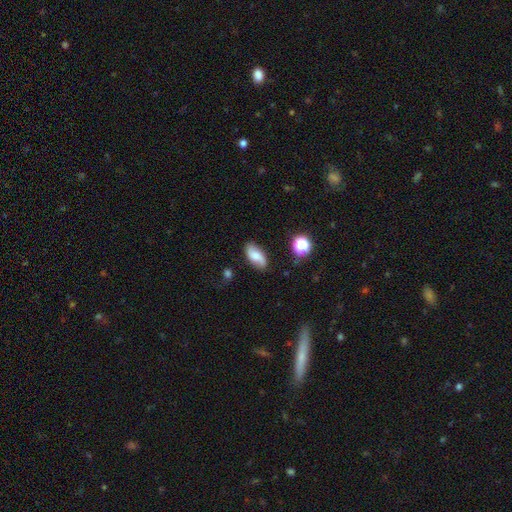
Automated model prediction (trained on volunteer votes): smooth_or_featured: smooth (p=0.56) [alt: featured or disk p=0.34]
how_rounded: in between (p=0.88) [alt: cigar-shaped p=0.07]
merging: none (p=0.77) [alt: minor disturbance p=0.17]